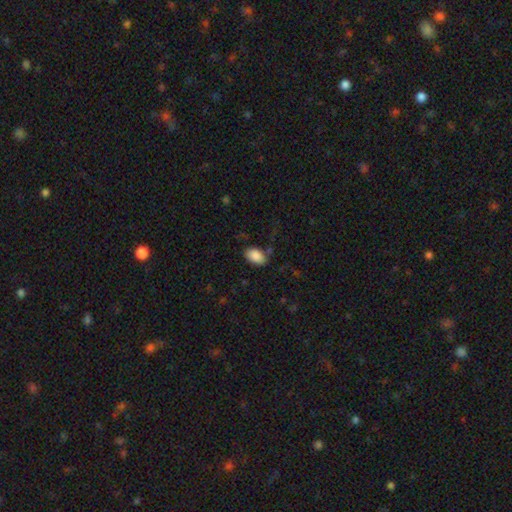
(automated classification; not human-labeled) smooth 88%, star or artifact 7%, featured or disk 4%. Down the decision tree: how rounded — in between (92%); merging — none (80%).